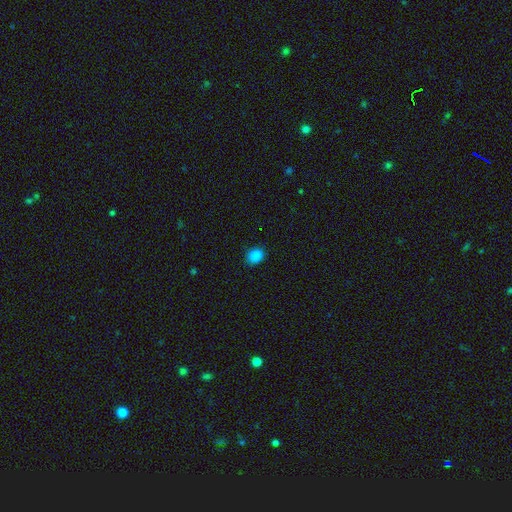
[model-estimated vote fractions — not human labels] The model was most divided on "how rounded": round: 56%, in between: 43%, cigar-shaped: 1%. More confident: smooth or featured — smooth (85%); merging — none (84%).